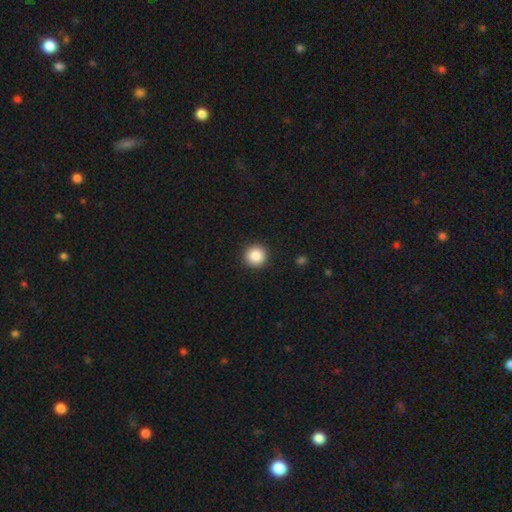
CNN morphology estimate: Smooth or featured? smooth (87%)
How rounded? round (96%)
Merging? none (93%)